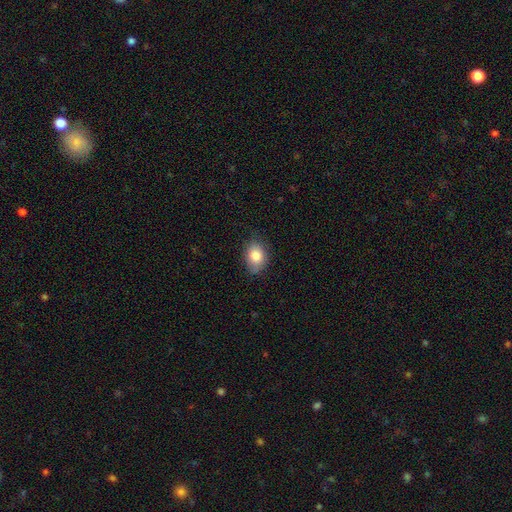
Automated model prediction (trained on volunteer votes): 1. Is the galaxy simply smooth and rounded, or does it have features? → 84% smooth, 8% featured or disk, 8% star or artifact.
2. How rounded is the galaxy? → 79% in between, 20% round, 1% cigar-shaped.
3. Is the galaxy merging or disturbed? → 75% none, 20% minor disturbance, 4% major disturbance, 1% merger.